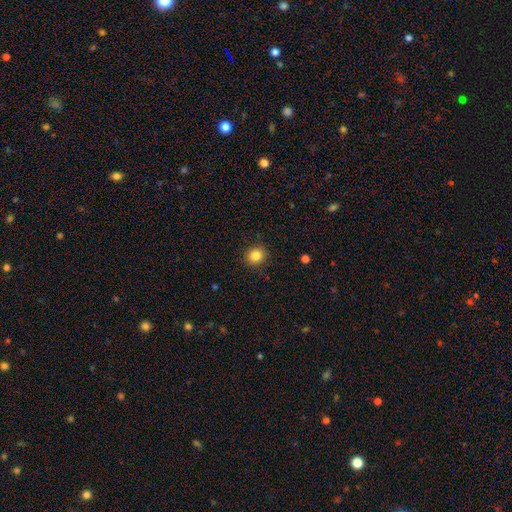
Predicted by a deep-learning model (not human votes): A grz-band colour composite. It shows a smooth galaxy with no disk features (84%) that is round (87%). Merging: none (90%).